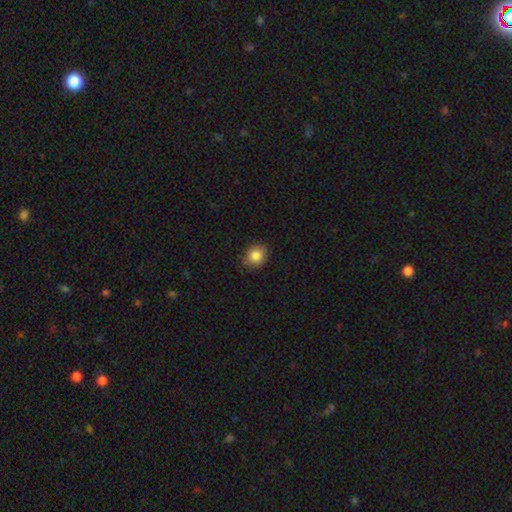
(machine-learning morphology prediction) Smooth or featured: smooth — 86% (star or artifact — 10%)
How rounded: round — 80% (in between — 19%)
Merging: none — 84% (minor disturbance — 13%)